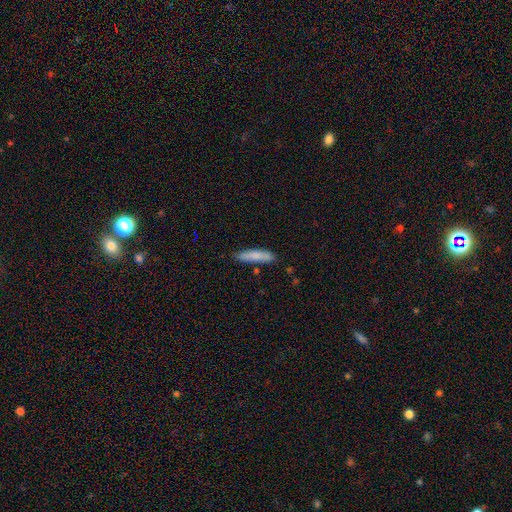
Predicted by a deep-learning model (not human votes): Q: Smooth or featured?
A: smooth (79%); runner-up: featured or disk (14%)
Q: How rounded?
A: cigar-shaped (81%); runner-up: in between (18%)
Q: Merging?
A: none (79%); runner-up: minor disturbance (15%)